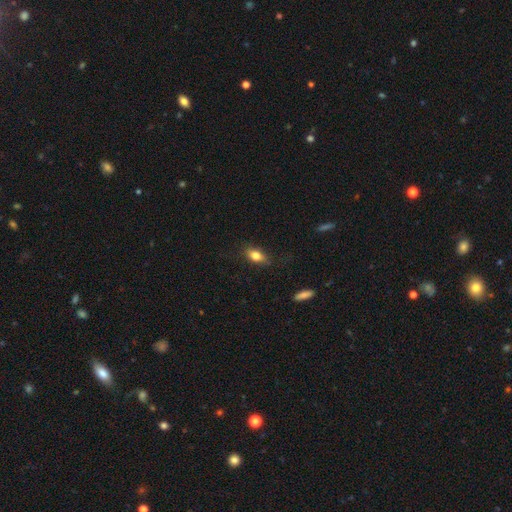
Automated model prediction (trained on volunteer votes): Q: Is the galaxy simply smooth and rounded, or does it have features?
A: smooth — 80%.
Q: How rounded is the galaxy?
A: in between — 81%.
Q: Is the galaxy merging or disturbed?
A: none — 79%.